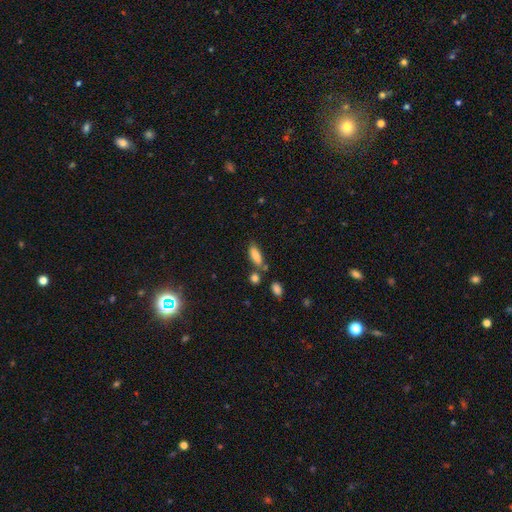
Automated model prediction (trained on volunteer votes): Smooth or featured? Predicted: smooth (p=0.83). How rounded? Predicted: in between (p=0.63). Merging? Predicted: none (p=0.64).